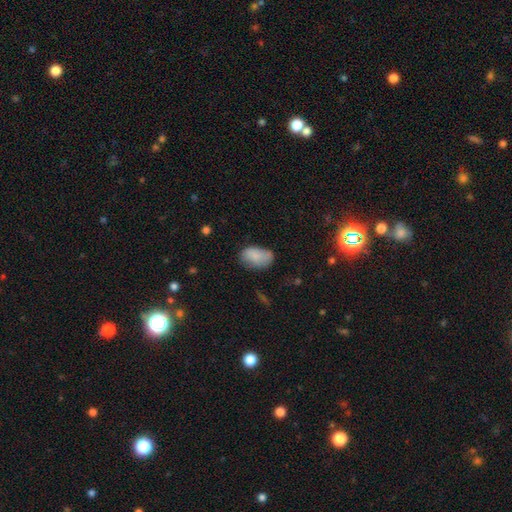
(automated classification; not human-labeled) smooth_or_featured: smooth (p=0.83) [alt: featured or disk p=0.10]
how_rounded: in between (p=0.90) [alt: round p=0.08]
merging: none (p=0.59) [alt: minor disturbance p=0.29]